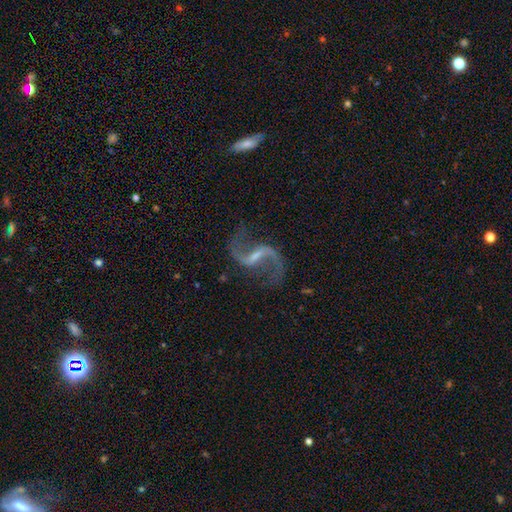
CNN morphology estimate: This is clearly a featured or disk galaxy (92%). It is clearly not viewed edge-on (98%). Bar: possibly weak (49%). Spiral arm pattern: clearly yes (98%). Spiral arm count: clearly 2 (94%). Spiral winding: clearly loose (80%). Central bulge: possibly small (52%). Merging: likely none (79%).